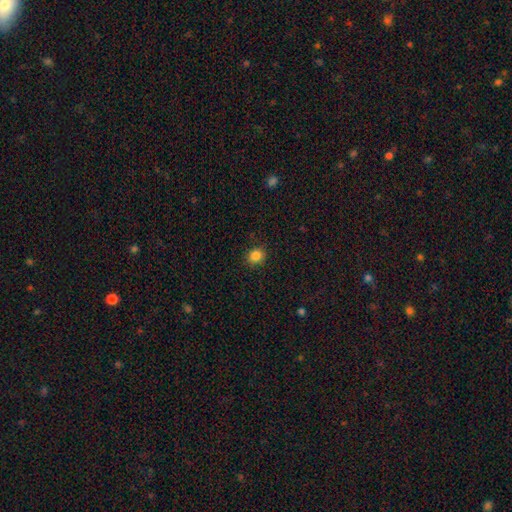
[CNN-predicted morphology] This is clearly a smooth galaxy (85%). How rounded: likely round (76%). Merging: clearly none (89%).